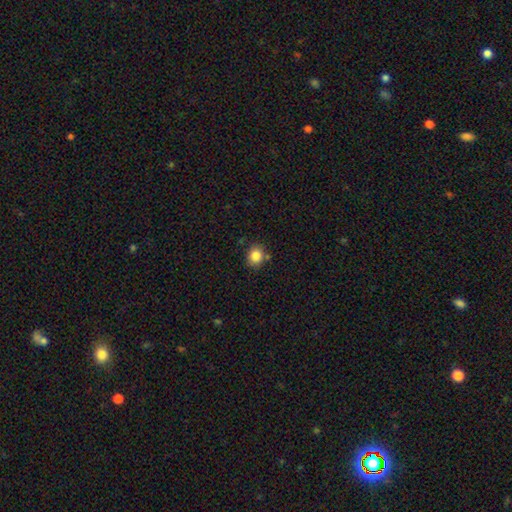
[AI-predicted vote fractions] Morphology: type=smooth (84%); roundness=round (72%); merging=none (77%).